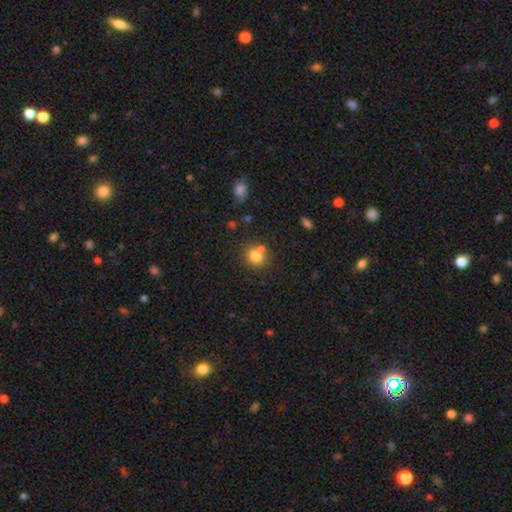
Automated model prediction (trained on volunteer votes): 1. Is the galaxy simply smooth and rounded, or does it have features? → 78% smooth, 12% star or artifact, 10% featured or disk.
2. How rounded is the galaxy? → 79% round, 20% in between, 1% cigar-shaped.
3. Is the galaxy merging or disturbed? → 60% none, 25% merger, 11% minor disturbance, 4% major disturbance.